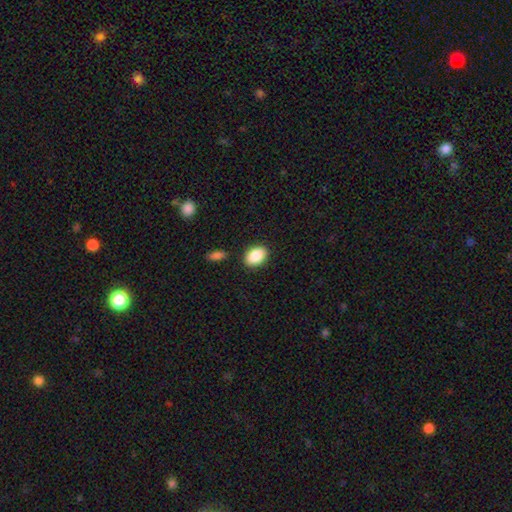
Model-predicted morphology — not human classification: Overall: smooth (88%). How rounded: in between (84%). Merging: none (85%).